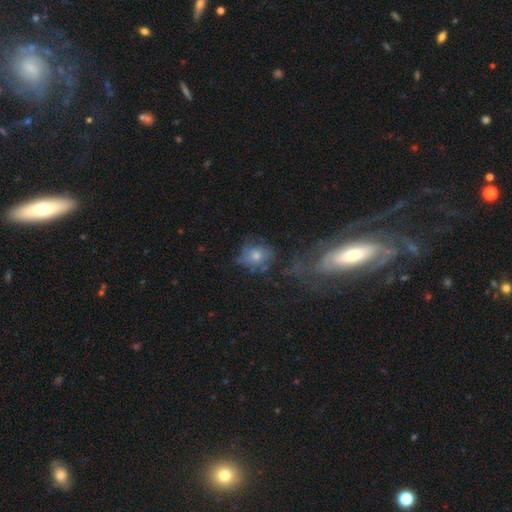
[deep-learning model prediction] Smooth or featured: smooth — 58% (featured or disk — 29%)
How rounded: round — 58% (in between — 40%)
Merging: none — 47% (minor disturbance — 23%)